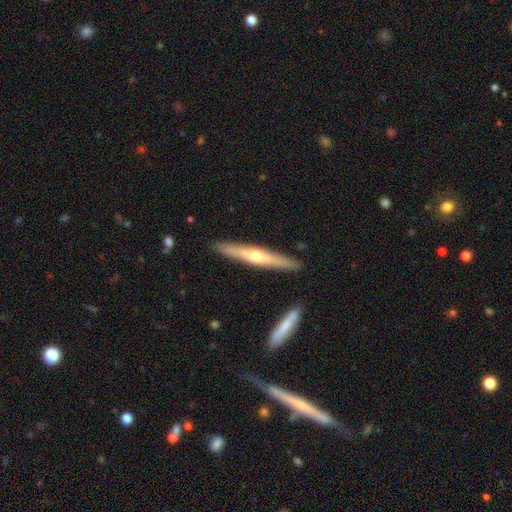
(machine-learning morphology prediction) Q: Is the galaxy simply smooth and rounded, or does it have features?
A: featured or disk — 65%.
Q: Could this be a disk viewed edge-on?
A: yes — 95%.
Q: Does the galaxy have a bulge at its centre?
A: rounded — 84%.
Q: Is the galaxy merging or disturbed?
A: none — 89%.